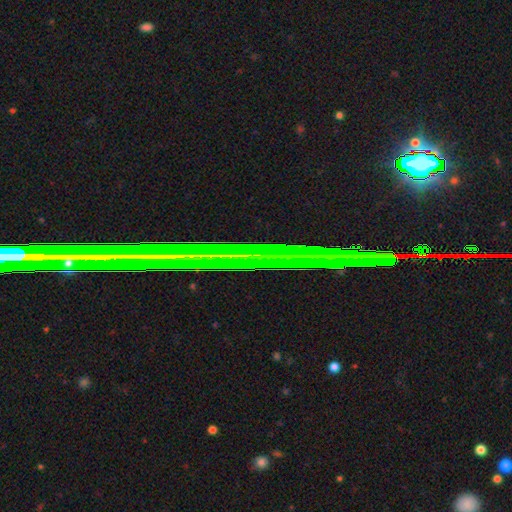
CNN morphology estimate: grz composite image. It shows a star or artifact, not a galaxy (60%).